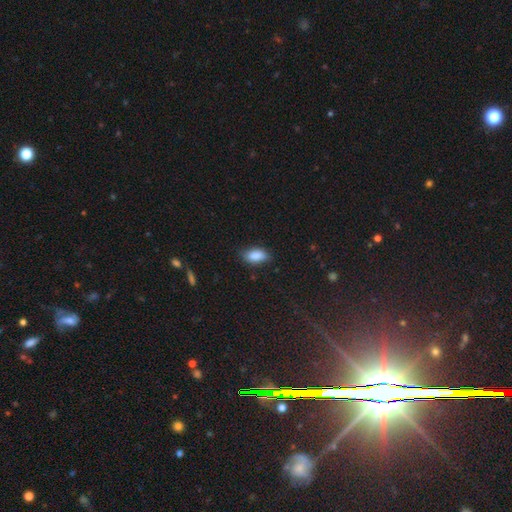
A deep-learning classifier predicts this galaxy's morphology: Q: Smooth or featured?
A: smooth (87%); runner-up: star or artifact (7%)
Q: How rounded?
A: in between (90%); runner-up: cigar-shaped (5%)
Q: Merging?
A: none (76%); runner-up: minor disturbance (19%)